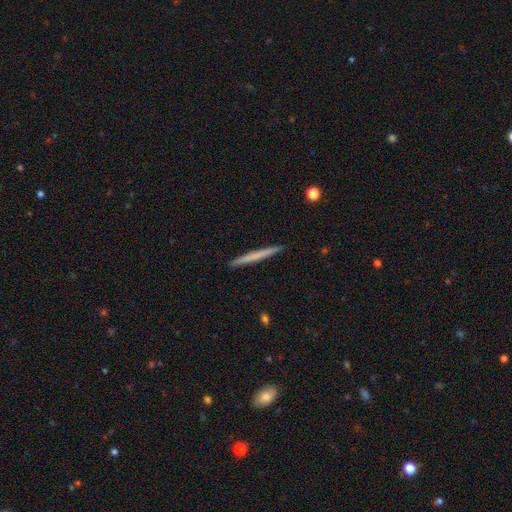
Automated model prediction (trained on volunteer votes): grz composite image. It shows a smooth galaxy with no disk features (59%) that is cigar-shaped (97%). Merging: none (93%).